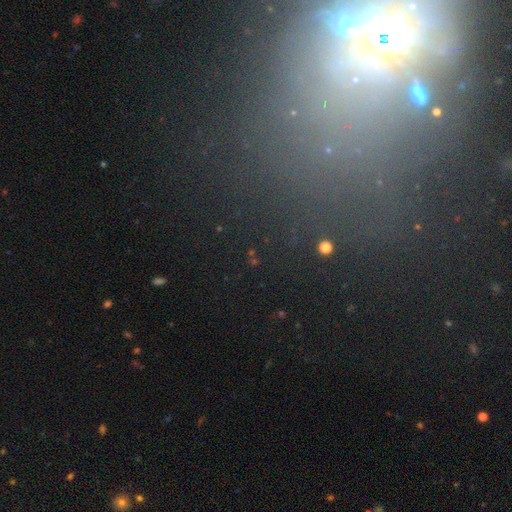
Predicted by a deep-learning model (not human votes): Smooth or featured?
  - star or artifact: 59% *
  - featured or disk: 23%
  - smooth: 19%